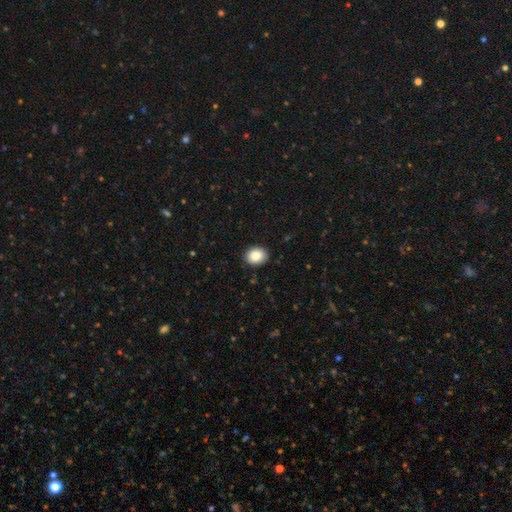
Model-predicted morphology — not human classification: Overall: smooth (86%). How rounded: in between (53%; round 46%). Merging: none (90%).